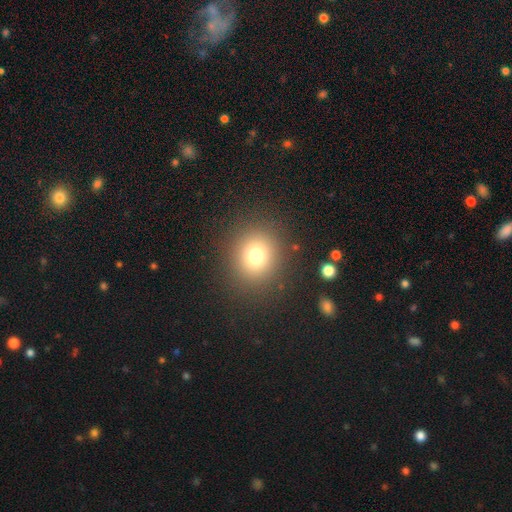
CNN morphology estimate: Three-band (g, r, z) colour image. It shows a smooth galaxy with no disk features (73%) that is round (87%). Merging: none (88%).